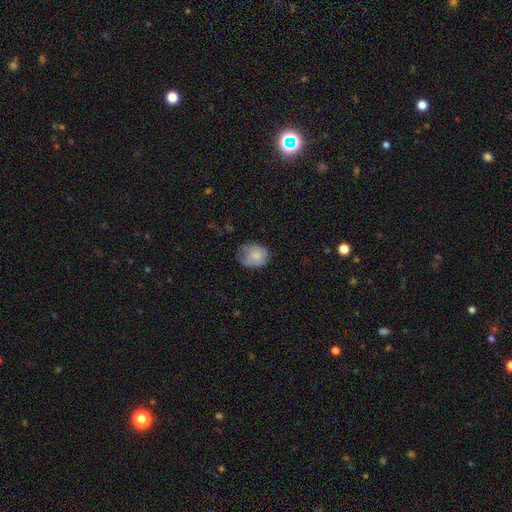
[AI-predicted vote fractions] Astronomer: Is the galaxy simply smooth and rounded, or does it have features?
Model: smooth — 76%.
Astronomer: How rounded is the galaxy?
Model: round — 56% (runner-up: in between, 43%).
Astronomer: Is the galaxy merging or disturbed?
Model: none — 51% (runner-up: minor disturbance, 34%).